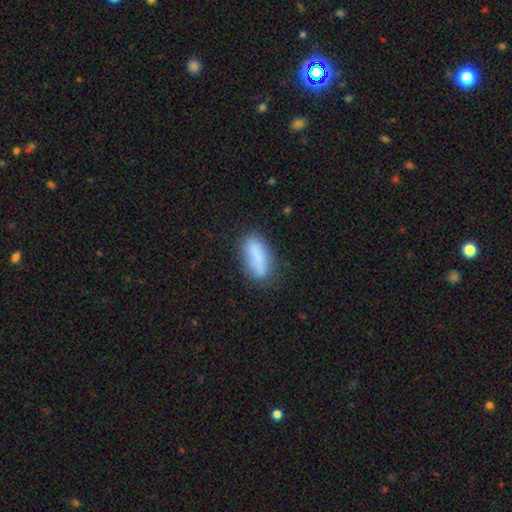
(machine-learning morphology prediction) smooth-or-featured: smooth: 76% | featured or disk: 15% | star or artifact: 9%
  how-rounded: in between: 71% | cigar-shaped: 26% | round: 3%
  merging: none: 67% | minor disturbance: 21% | major disturbance: 6% | merger: 6%